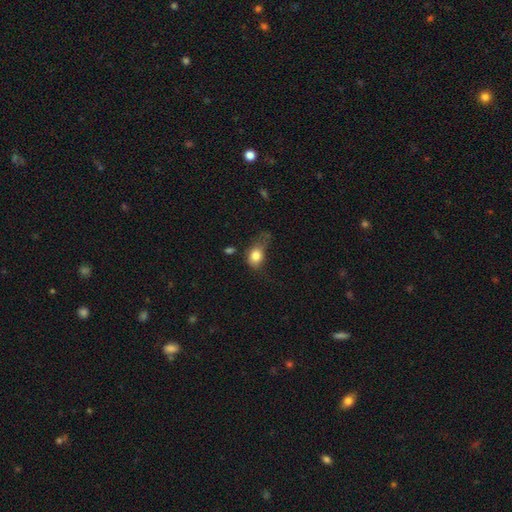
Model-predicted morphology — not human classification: Smooth or featured?
  - smooth: 80% *
  - featured or disk: 11%
  - star or artifact: 9%
How rounded?
  - in between: 65% *
  - round: 33%
  - cigar-shaped: 2%
Merging?
  - minor disturbance: 34% *
  - major disturbance: 33%
  - none: 27%
  - merger: 5%